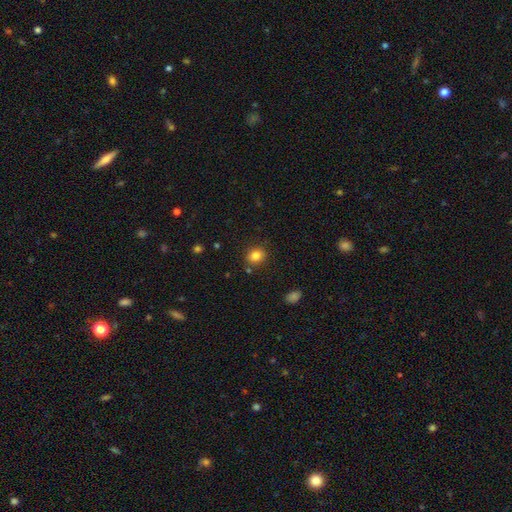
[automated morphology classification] smooth 82%, star or artifact 11%, featured or disk 7%. Down the decision tree: how rounded — round (64%); merging — none (84%).